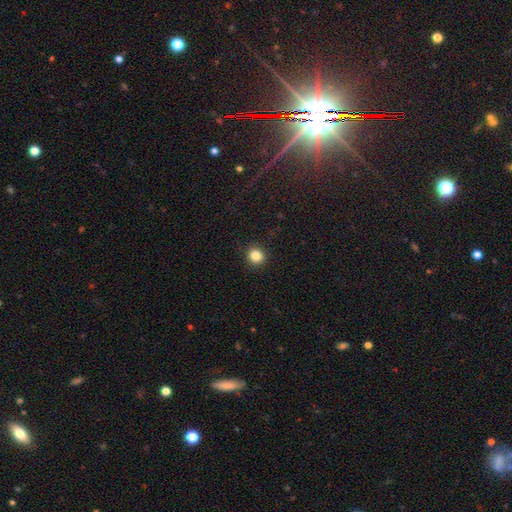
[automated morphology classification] Smooth or featured: smooth — 85% (star or artifact — 11%)
How rounded: round — 88% (in between — 11%)
Merging: none — 92% (minor disturbance — 5%)